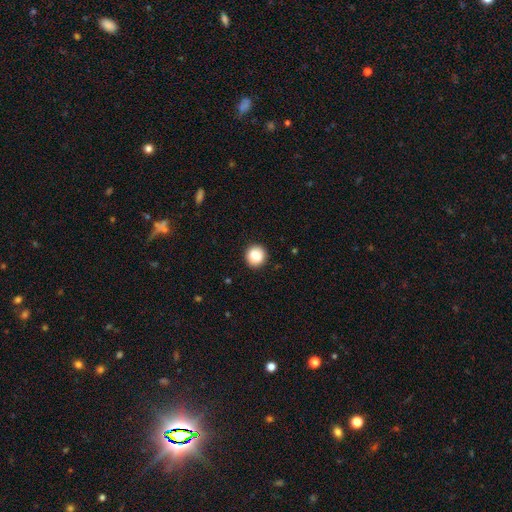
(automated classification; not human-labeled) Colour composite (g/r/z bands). It shows a smooth galaxy with no disk features (86%) that is round (92%). Merging: none (92%).